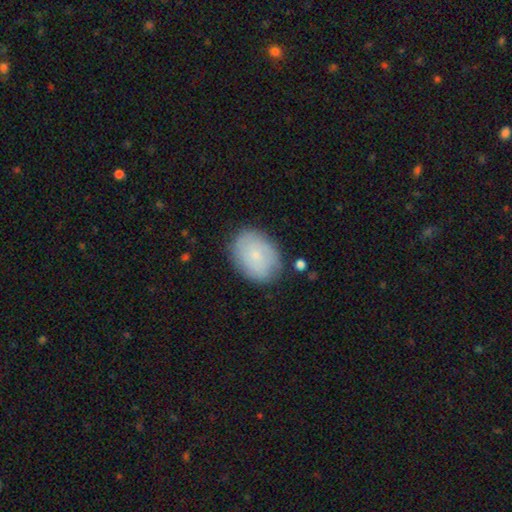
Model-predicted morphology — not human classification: Smooth or featured? Predicted: smooth (p=0.65). How rounded? Predicted: in between (p=0.73). Merging? Predicted: none (p=0.79).